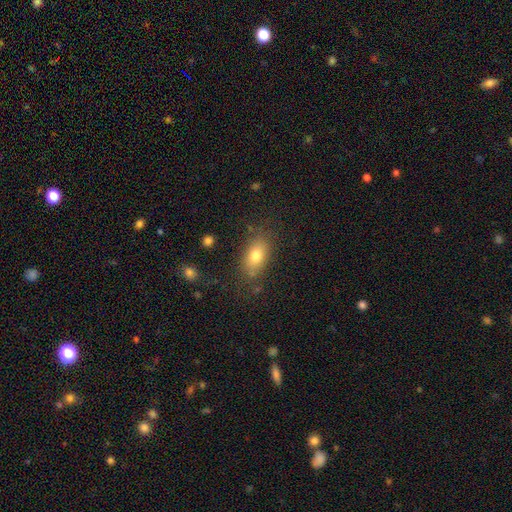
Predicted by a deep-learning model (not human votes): Morphology: type=smooth (77%); roundness=in between (84%); merging=none (76%).